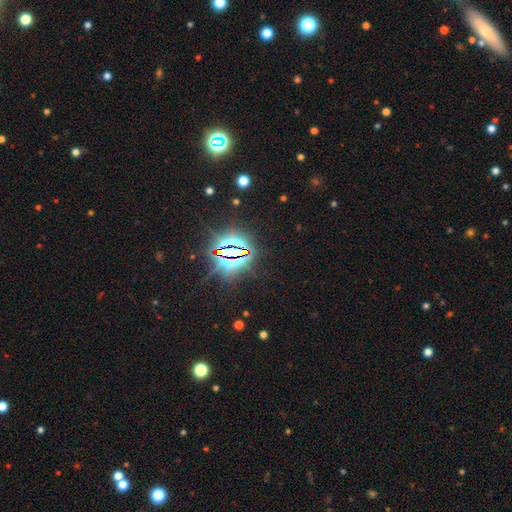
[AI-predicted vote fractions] A star or artifact, not a galaxy (85%).

Vote fractions:
- Smooth or featured? star or artifact: 85% / smooth: 8% / featured or disk: 7%